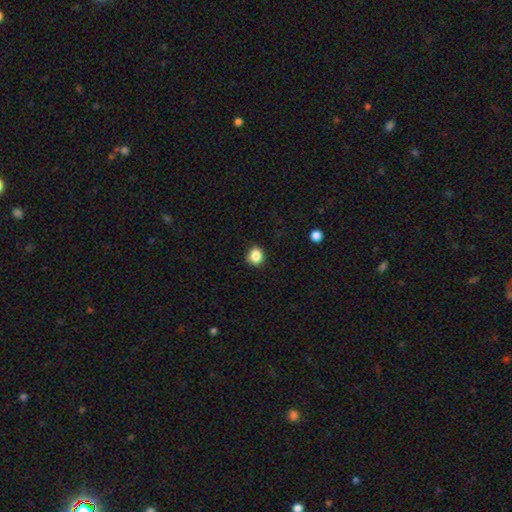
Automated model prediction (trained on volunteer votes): smooth-or-featured: smooth: 86% | star or artifact: 11% | featured or disk: 4%
  how-rounded: round: 74% | in between: 25% | cigar-shaped: 1%
  merging: none: 82% | minor disturbance: 14% | major disturbance: 3% | merger: 1%